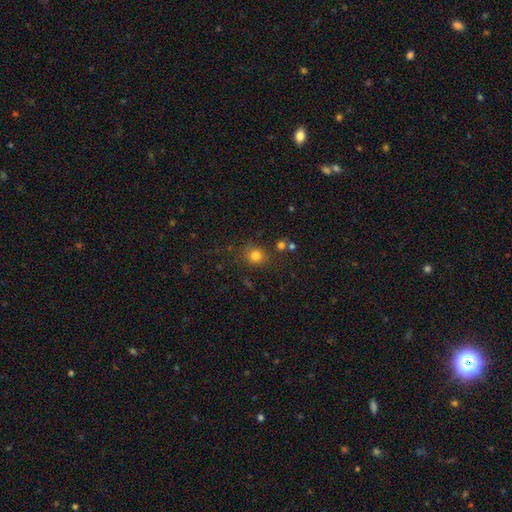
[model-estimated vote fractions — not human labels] This is likely a smooth galaxy (79%). How rounded: clearly round (84%). Merging: likely none (78%).